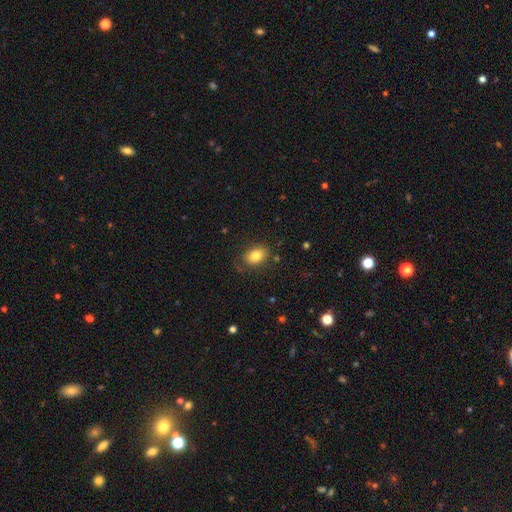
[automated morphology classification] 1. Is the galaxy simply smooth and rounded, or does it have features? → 81% smooth, 10% star or artifact, 9% featured or disk.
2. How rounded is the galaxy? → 71% in between, 28% round, 1% cigar-shaped.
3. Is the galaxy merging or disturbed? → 79% none, 15% minor disturbance, 4% major disturbance, 2% merger.